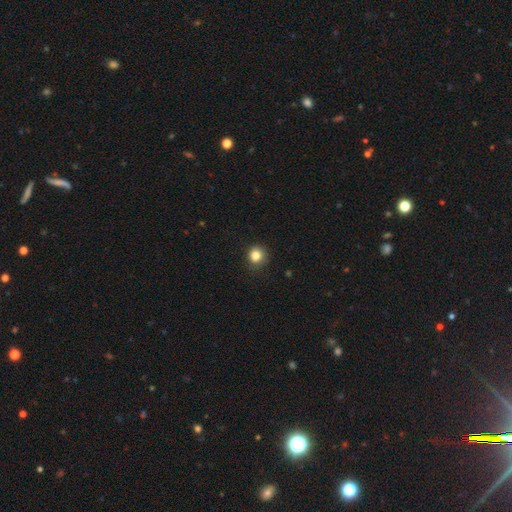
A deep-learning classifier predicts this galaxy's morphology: smooth-or-featured: smooth: 84% | star or artifact: 11% | featured or disk: 5%
  how-rounded: round: 90% | in between: 9% | cigar-shaped: 1%
  merging: none: 86% | minor disturbance: 10% | major disturbance: 2% | merger: 1%